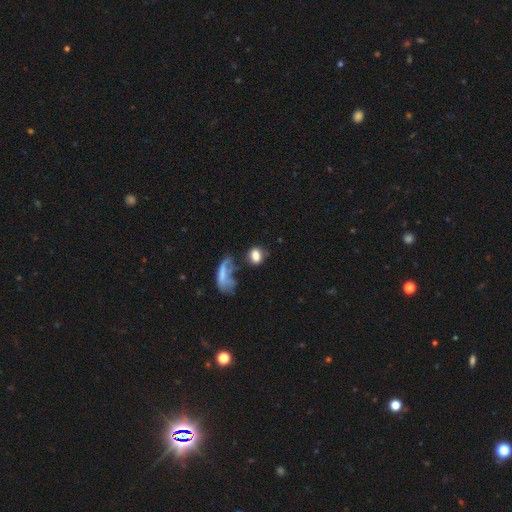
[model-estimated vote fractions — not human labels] Overall: smooth (79%). How rounded: in between (61%; round 36%). Merging: none (45%; minor disturbance 20%).